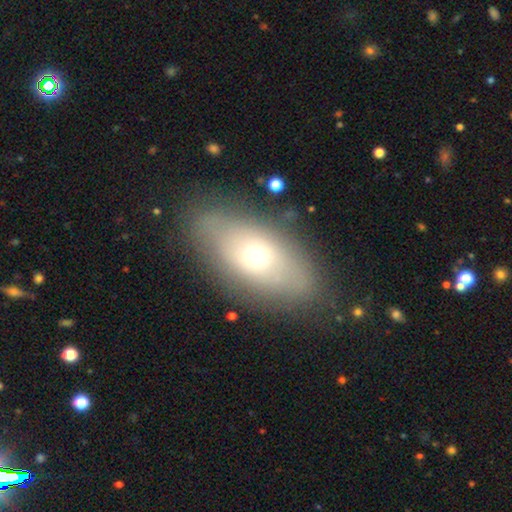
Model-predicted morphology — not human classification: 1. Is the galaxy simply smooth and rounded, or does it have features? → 56% smooth, 34% featured or disk, 10% star or artifact.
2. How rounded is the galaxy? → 86% in between, 7% cigar-shaped, 6% round.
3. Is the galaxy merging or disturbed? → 80% none, 14% minor disturbance, 5% major disturbance, 2% merger.